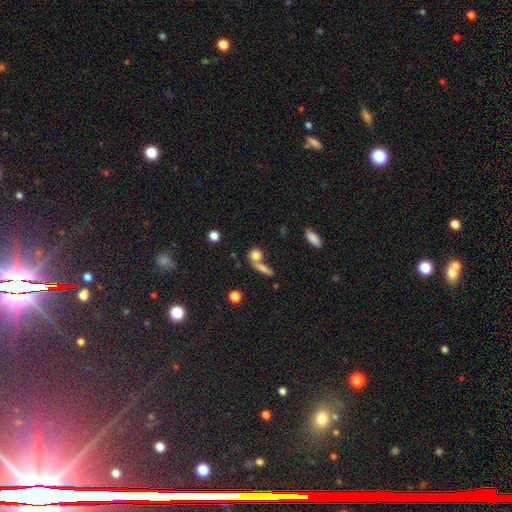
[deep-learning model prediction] A smooth galaxy with no disk features (77%) that is round (67%).

Vote fractions:
- Smooth or featured? smooth: 77% / featured or disk: 12% / star or artifact: 12%
- How rounded? round: 67% / in between: 20% / cigar-shaped: 13%
- Merging? none: 53% / merger: 33% / minor disturbance: 9% / major disturbance: 5%